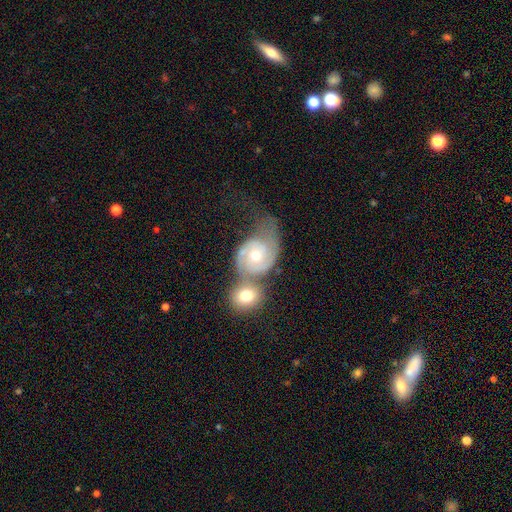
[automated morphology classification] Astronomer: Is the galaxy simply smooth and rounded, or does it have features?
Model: featured or disk — 81%.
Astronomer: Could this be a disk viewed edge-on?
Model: no — 98%.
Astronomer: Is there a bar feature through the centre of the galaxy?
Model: no — 71%.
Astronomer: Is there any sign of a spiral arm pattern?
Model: yes — 95%.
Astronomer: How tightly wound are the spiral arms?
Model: medium — 47% (runner-up: tight, 35%).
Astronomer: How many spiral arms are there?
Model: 2 — 87%.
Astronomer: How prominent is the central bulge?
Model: moderate — 69%.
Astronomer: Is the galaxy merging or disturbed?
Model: merger — 50% (runner-up: none, 26%).